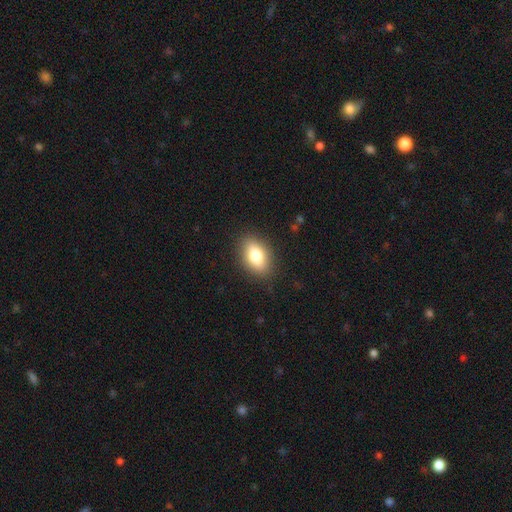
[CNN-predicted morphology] A smooth galaxy with no disk features (77%) that is in between round and cigar-shaped (84%). Merging: none (87%).